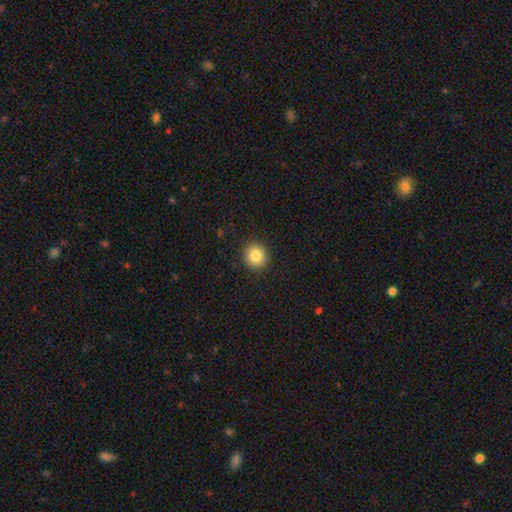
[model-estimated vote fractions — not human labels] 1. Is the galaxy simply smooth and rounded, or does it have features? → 84% smooth, 10% star or artifact, 6% featured or disk.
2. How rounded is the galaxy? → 88% round, 11% in between, 1% cigar-shaped.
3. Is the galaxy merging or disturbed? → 91% none, 6% minor disturbance, 2% major disturbance, 1% merger.